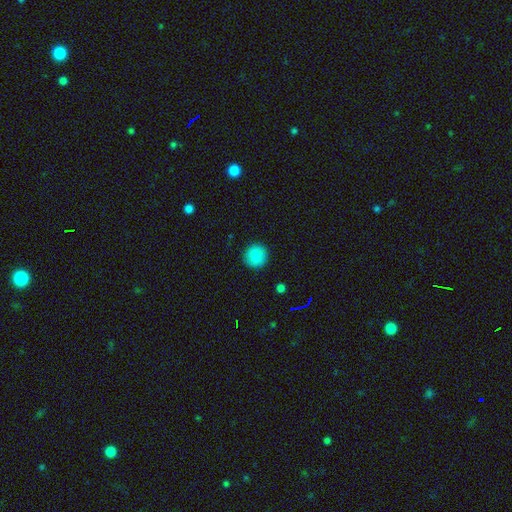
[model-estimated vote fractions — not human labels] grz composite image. It shows a smooth galaxy with no disk features (87%) that is round (94%). Merging: none (91%).